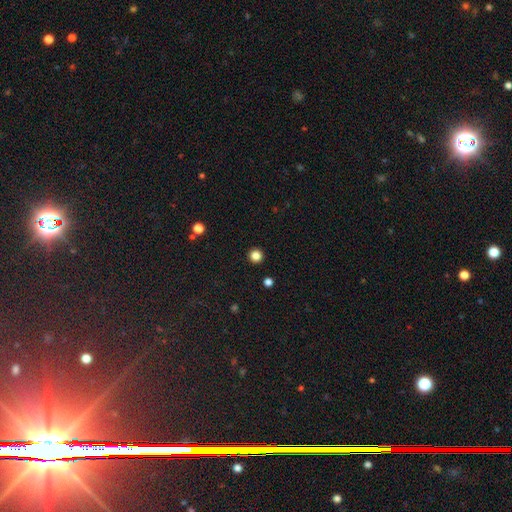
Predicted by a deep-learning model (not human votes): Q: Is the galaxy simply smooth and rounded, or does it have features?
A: smooth — 84%.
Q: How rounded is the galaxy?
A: round — 96%.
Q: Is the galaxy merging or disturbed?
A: none — 93%.